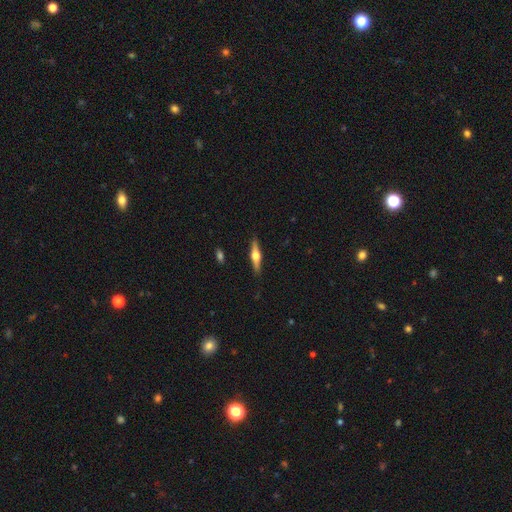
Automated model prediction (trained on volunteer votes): Q: Smooth or featured?
A: featured or disk (69%); runner-up: smooth (25%)
Q: Edge-on disk?
A: yes (97%); runner-up: no (3%)
Q: Edge-on bulge?
A: rounded (95%); runner-up: boxy (3%)
Q: Merging?
A: none (90%); runner-up: minor disturbance (7%)